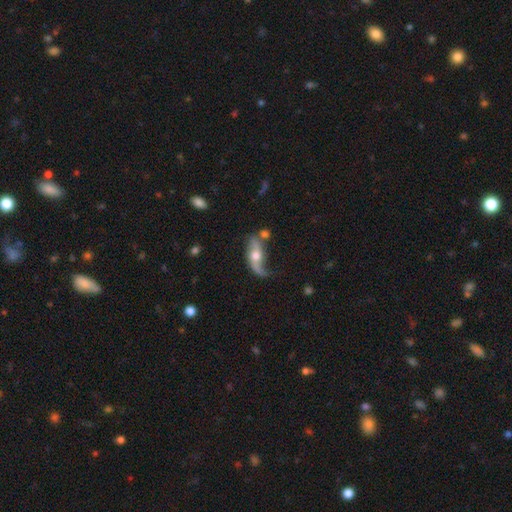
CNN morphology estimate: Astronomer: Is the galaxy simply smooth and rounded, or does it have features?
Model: featured or disk — 71%.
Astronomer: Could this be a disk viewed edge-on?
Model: no — 82%.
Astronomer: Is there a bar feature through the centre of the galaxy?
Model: no — 63%.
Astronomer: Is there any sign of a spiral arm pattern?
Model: yes — 86%.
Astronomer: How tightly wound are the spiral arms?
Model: loose — 84%.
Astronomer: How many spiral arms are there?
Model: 2 — 78%.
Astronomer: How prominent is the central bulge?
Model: moderate — 70%.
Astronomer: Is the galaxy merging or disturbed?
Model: none — 45% (runner-up: minor disturbance, 24%).